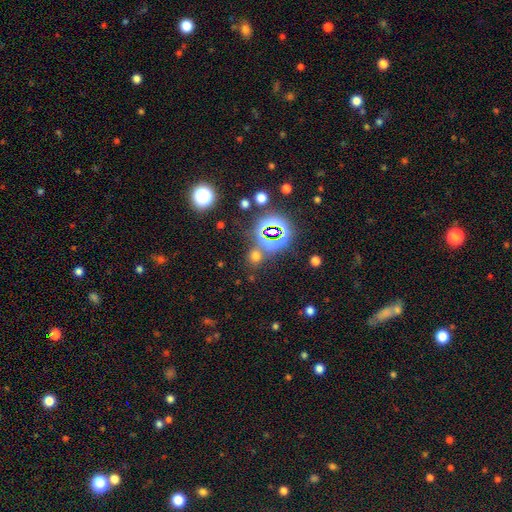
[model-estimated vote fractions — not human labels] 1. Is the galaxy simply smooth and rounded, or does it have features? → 53% smooth, 41% star or artifact, 7% featured or disk.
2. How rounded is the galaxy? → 83% round, 15% in between, 2% cigar-shaped.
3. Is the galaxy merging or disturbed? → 75% none, 12% merger, 8% minor disturbance, 4% major disturbance.